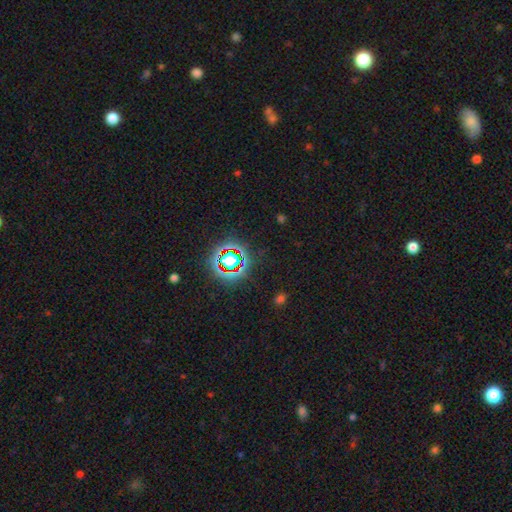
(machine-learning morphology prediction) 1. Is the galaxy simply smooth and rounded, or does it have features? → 79% star or artifact, 13% smooth, 8% featured or disk.